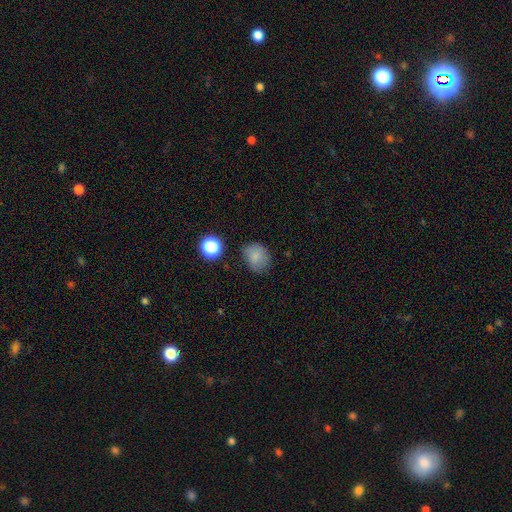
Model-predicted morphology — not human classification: Smooth or featured? smooth (80%)
How rounded? round (61%)
Merging? none (71%)